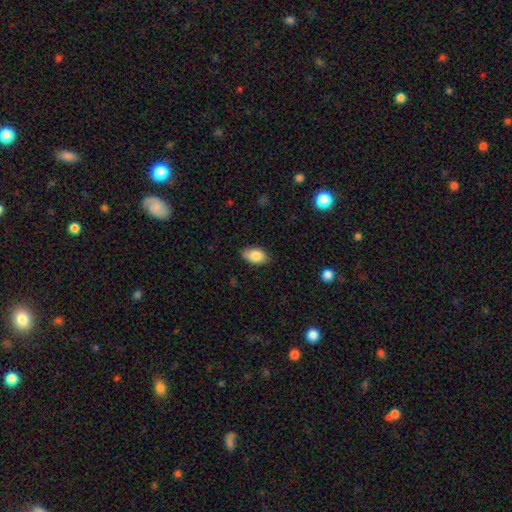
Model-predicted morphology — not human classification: Smooth or featured: smooth — 85% (featured or disk — 8%)
How rounded: in between — 90% (round — 8%)
Merging: none — 81% (minor disturbance — 16%)